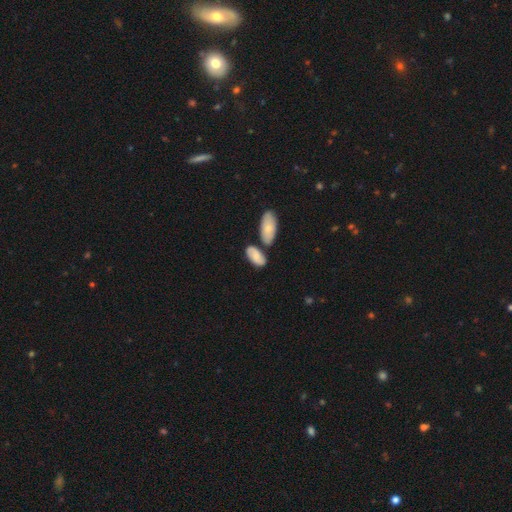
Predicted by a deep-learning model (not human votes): smooth 69%, featured or disk 24%, star or artifact 7%. Down the decision tree: how rounded — in between (90%); merging — none (57%).